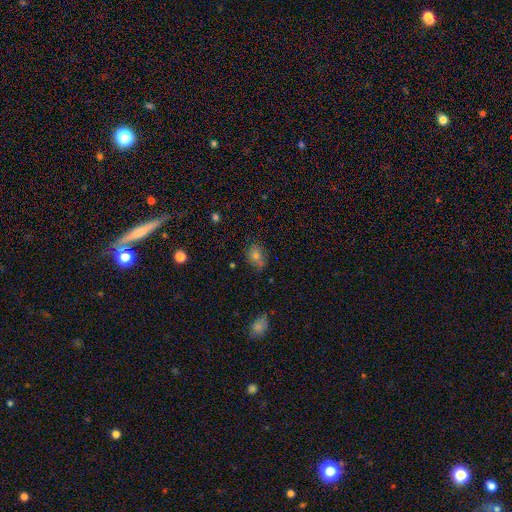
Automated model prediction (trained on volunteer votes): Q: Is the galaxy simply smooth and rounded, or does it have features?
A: smooth — 64%.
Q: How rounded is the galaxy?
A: in between — 59%.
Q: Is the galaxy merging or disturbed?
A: none — 71%.